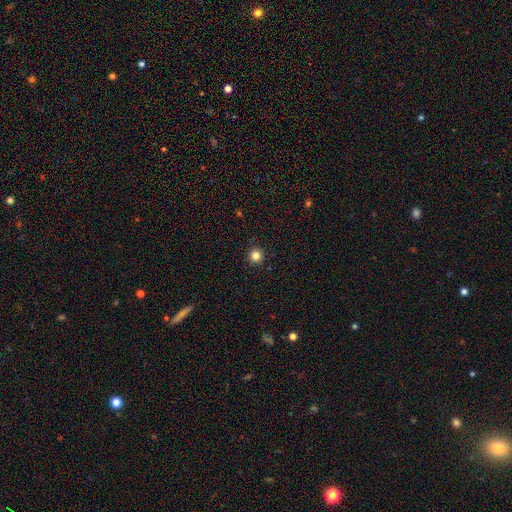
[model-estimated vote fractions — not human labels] The model was most divided on "smooth or featured": smooth: 83%, star or artifact: 13%, featured or disk: 4%. More confident: how rounded — round (96%); merging — none (93%).